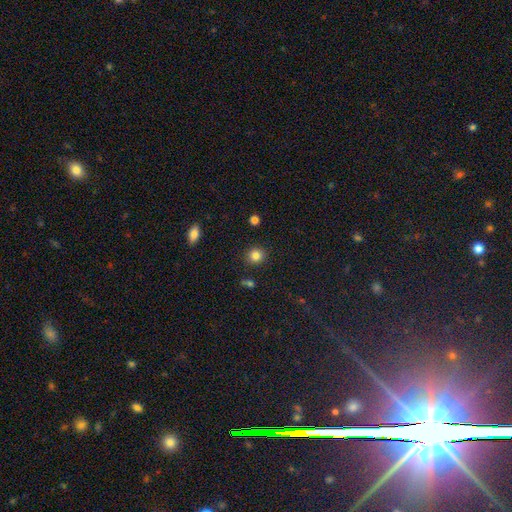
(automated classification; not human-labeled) Smooth or featured?
  - smooth: 84% *
  - star or artifact: 11%
  - featured or disk: 5%
How rounded?
  - round: 86% *
  - in between: 13%
  - cigar-shaped: 1%
Merging?
  - none: 89% *
  - minor disturbance: 7%
  - merger: 2%
  - major disturbance: 2%